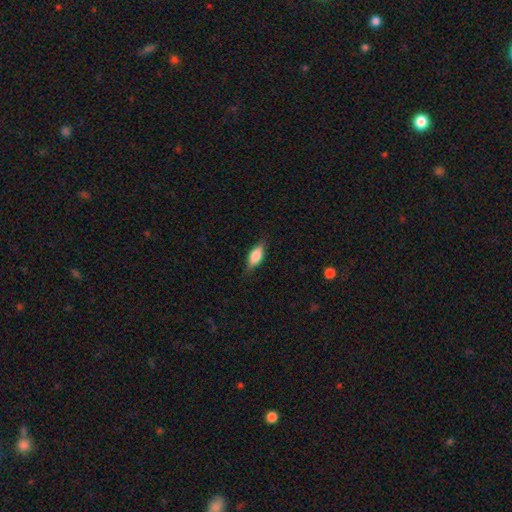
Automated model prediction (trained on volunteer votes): smooth-or-featured: smooth: 75% | featured or disk: 18% | star or artifact: 7%
  how-rounded: in between: 78% | cigar-shaped: 18% | round: 3%
  merging: none: 79% | minor disturbance: 16% | major disturbance: 3% | merger: 1%